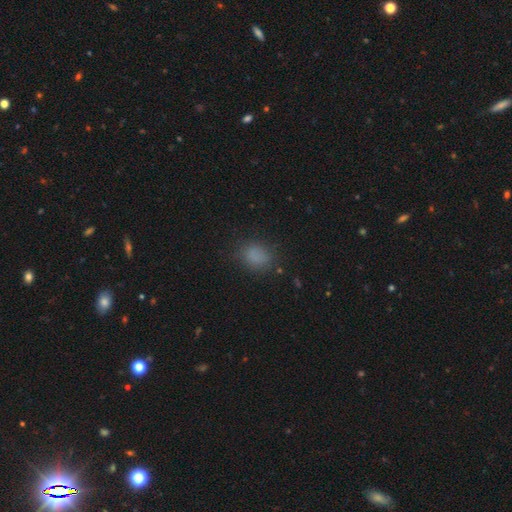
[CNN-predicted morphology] Smooth or featured? smooth (82%)
How rounded? in between (61%)
Merging? none (78%)